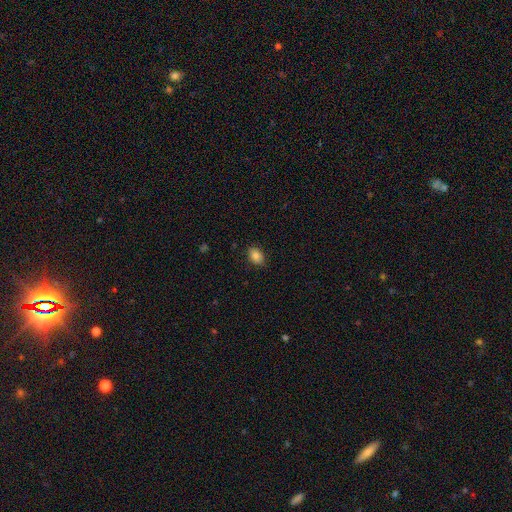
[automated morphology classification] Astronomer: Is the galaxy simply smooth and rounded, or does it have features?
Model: smooth — 84%.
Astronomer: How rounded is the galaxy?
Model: in between — 74%.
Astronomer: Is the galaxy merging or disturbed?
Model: none — 85%.